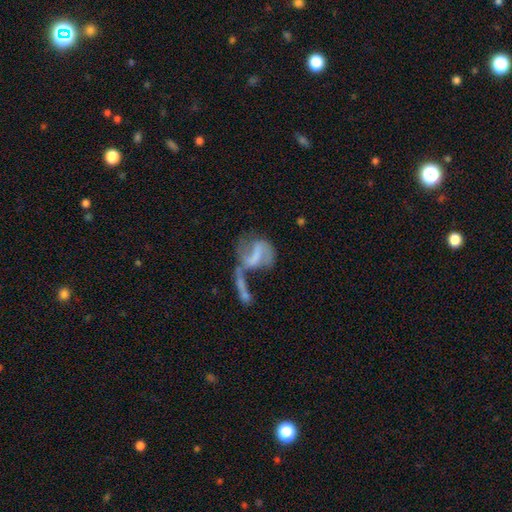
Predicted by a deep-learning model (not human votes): Overall: featured or disk (65%). Edge-on disk: no (96%). Bar: weak (37%; strong 32%). Spiral arms: yes (66%; no 34%). Bulge size: none (59%; small 21%). Merging: merger (42%; major disturbance 30%).